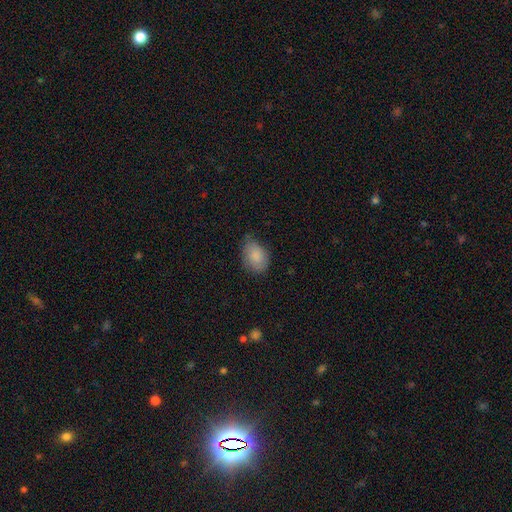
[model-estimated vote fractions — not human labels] Smooth or featured? Predicted: smooth (p=0.86). How rounded? Predicted: in between (p=0.82). Merging? Predicted: none (p=0.69).